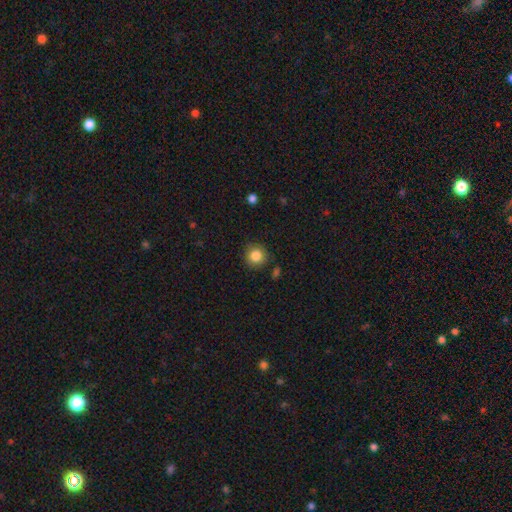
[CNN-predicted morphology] type=smooth (85%); roundness=round (92%); merging=none (84%).